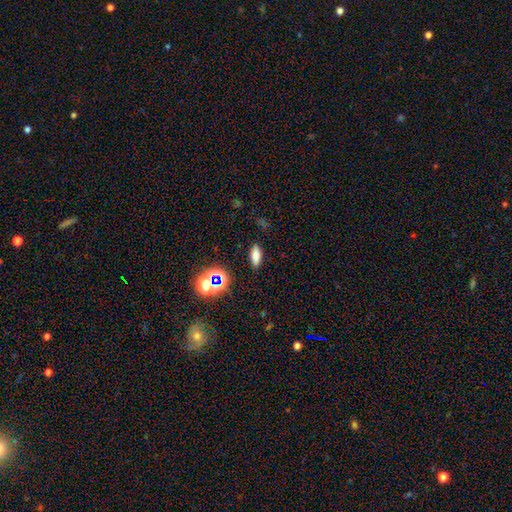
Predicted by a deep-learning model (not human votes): Smooth or featured?
  - smooth: 71% *
  - star or artifact: 17%
  - featured or disk: 12%
How rounded?
  - in between: 71% *
  - cigar-shaped: 24%
  - round: 5%
Merging?
  - none: 88% *
  - minor disturbance: 8%
  - major disturbance: 2%
  - merger: 2%